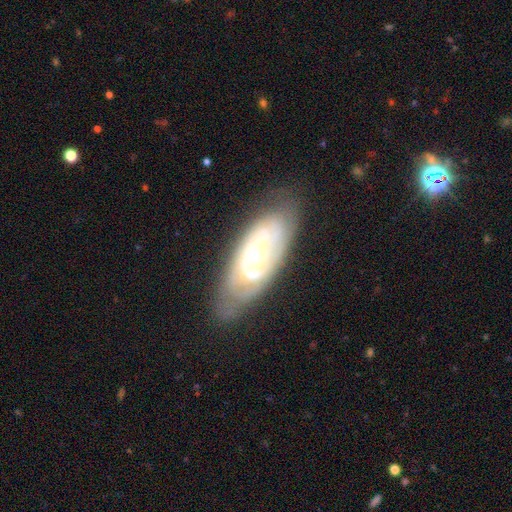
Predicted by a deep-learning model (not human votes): smooth-or-featured: featured or disk: 82% | smooth: 13% | star or artifact: 6%
  disk-edge-on: no: 91% | yes: 9%
    bar: no: 68% | weak: 24% | strong: 8%
    has-spiral-arms: yes: 88% | no: 12%
      spiral-winding: tight: 65% | medium: 28% | loose: 8%
      spiral-arm-count: 2: 41% | can't tell: 35% | 3: 12% | 1: 6% | 4: 4% | more than 4: 3%
    bulge-size: moderate: 68% | small: 22% | large: 8% | dominant: 1% | none: 1%
  merging: none: 72% | minor disturbance: 19% | major disturbance: 7% | merger: 1%